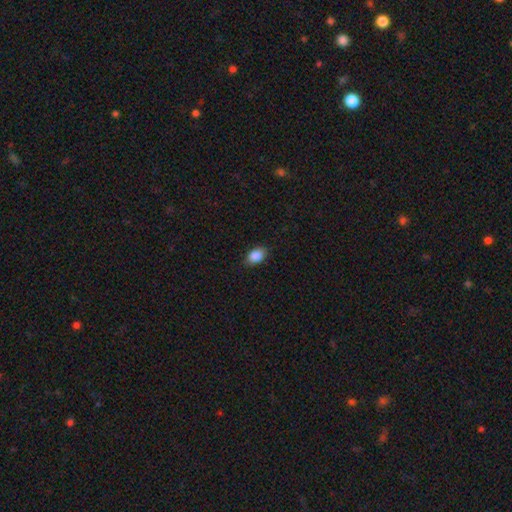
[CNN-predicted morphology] Smooth or featured? Predicted: smooth (p=0.88). How rounded? Predicted: in between (p=0.83). Merging? Predicted: none (p=0.84).